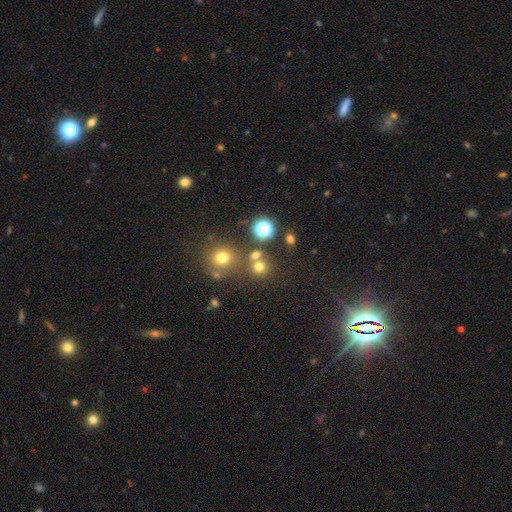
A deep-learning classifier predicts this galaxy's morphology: Overall: smooth (66%; star or artifact 26%). How rounded: round (87%). Merging: none (69%).